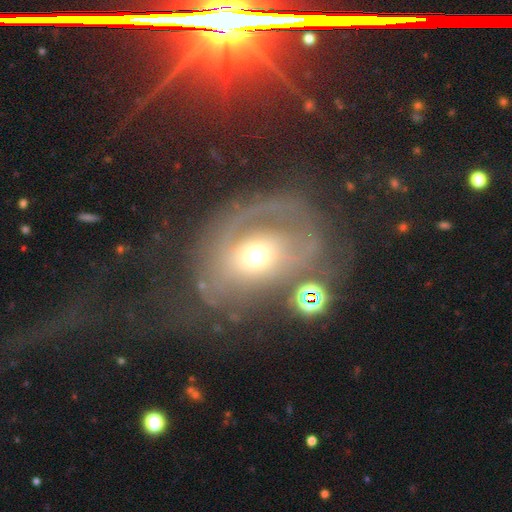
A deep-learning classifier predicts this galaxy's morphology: Smooth or featured: featured or disk — 64% (smooth — 25%)
Edge-on disk: no — 95% (yes — 5%)
Bar: no — 74% (weak — 19%)
Spiral arms: yes — 64% (no — 36%)
Bulge size: moderate — 62% (small — 25%)
Merging: none — 38% (major disturbance — 35%)